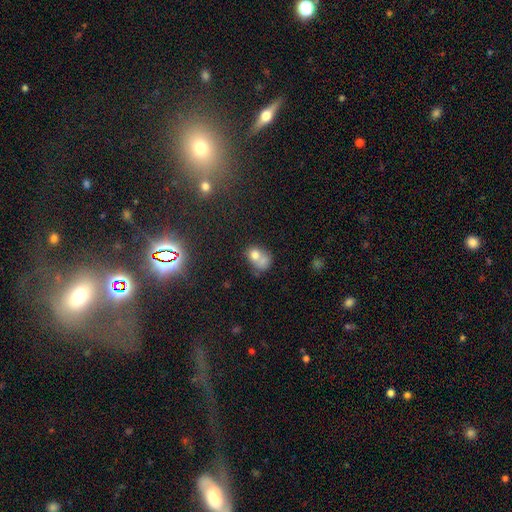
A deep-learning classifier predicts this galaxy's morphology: Smooth or featured: smooth — 67% (featured or disk — 19%)
How rounded: round — 54% (in between — 45%)
Merging: merger — 58% (none — 25%)